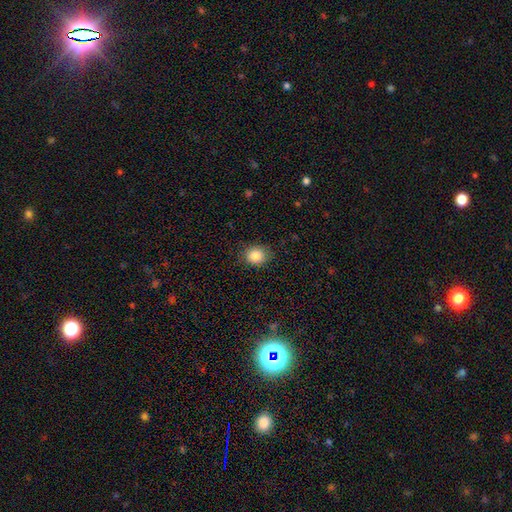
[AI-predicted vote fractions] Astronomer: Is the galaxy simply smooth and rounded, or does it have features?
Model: smooth — 85%.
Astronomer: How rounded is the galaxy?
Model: round — 67%.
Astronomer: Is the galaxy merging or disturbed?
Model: none — 85%.